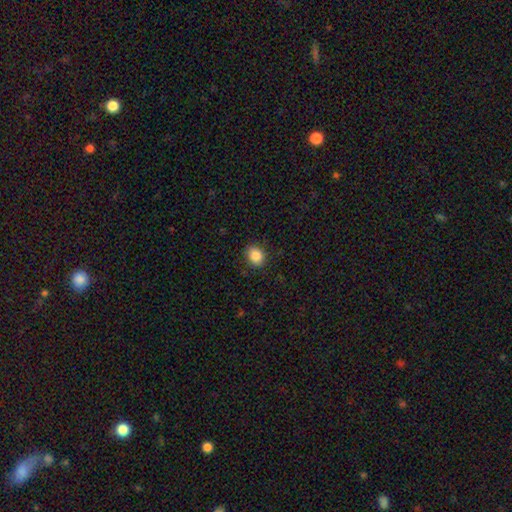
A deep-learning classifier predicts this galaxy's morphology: A smooth galaxy with no disk features (87%) that is in between round and cigar-shaped (51%).

Vote fractions:
- Smooth or featured? smooth: 87% / star or artifact: 9% / featured or disk: 4%
- How rounded? in between: 51% / round: 48% / cigar-shaped: 1%
- Merging? none: 86% / minor disturbance: 11% / major disturbance: 3% / merger: 1%